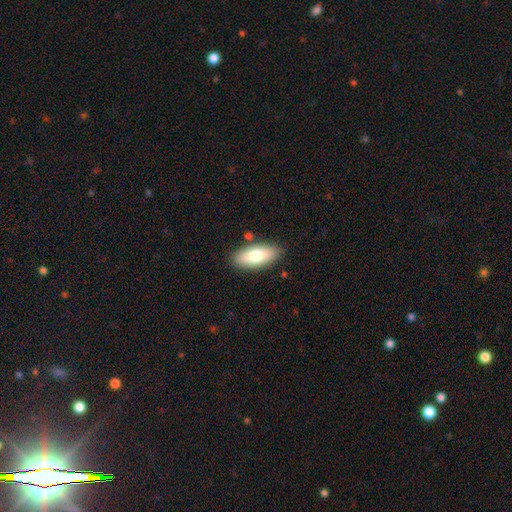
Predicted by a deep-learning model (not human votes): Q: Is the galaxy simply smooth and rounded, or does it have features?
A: smooth — 77%.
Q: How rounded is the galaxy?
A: in between — 85%.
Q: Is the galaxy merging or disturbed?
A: none — 84%.